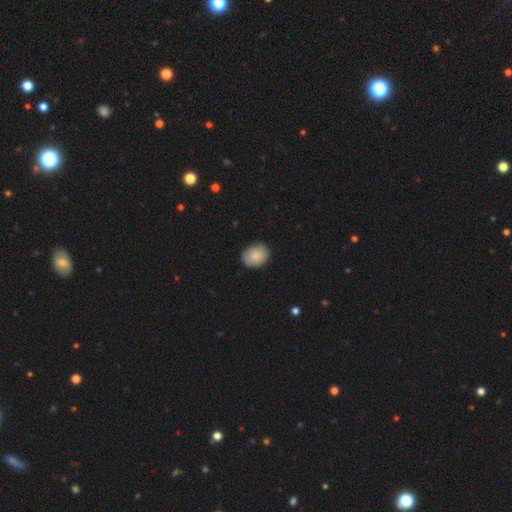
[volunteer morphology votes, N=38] smooth-or-featured: smooth: 82% | featured or disk: 13% | star or artifact: 5%
  how-rounded: round: 52% | in between: 48% | cigar-shaped: 0%
  merging: none: 92% | minor disturbance: 6% | major disturbance: 3% | merger: 0%